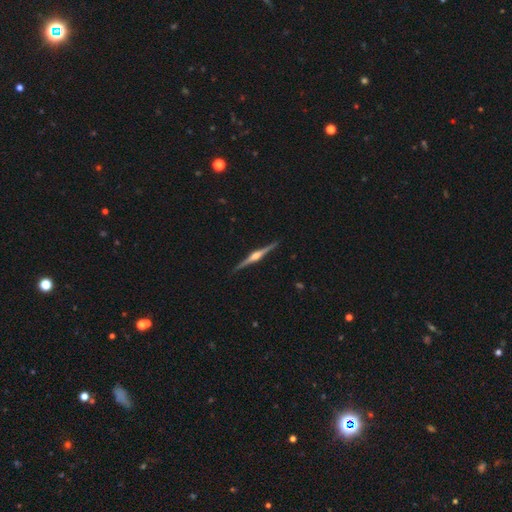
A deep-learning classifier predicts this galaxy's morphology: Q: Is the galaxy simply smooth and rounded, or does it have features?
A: featured or disk — 86%.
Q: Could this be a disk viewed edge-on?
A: yes — 99%.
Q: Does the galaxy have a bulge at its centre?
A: rounded — 91%.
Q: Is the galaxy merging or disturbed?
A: none — 91%.